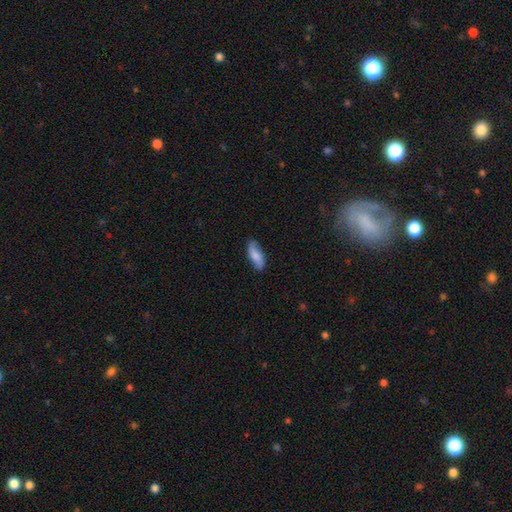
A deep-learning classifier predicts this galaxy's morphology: Smooth or featured? smooth (74%)
How rounded? in between (69%)
Merging? none (80%)